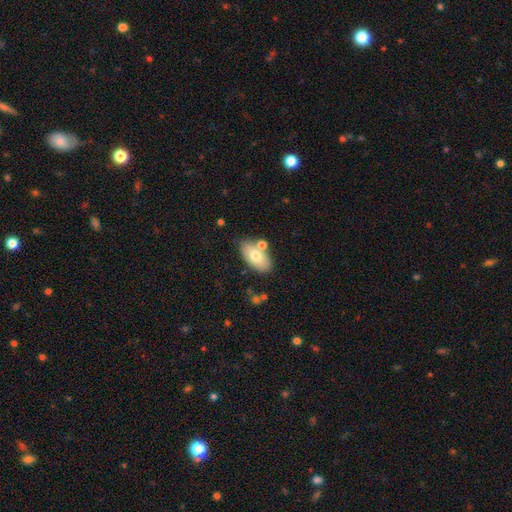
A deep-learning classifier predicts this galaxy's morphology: This appears to be a smooth galaxy with no disk features (70%) that is in between round and cigar-shaped (93%). Merging: none (69%).